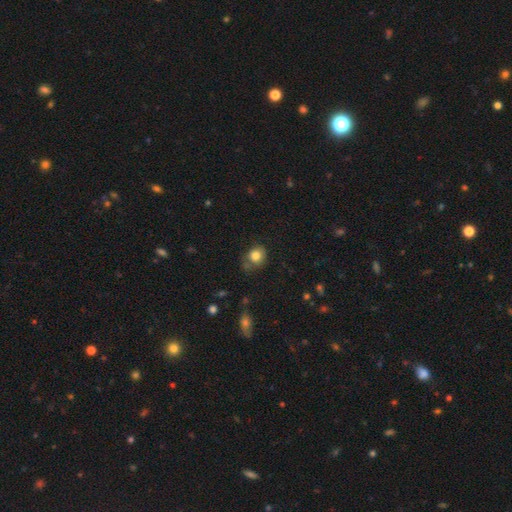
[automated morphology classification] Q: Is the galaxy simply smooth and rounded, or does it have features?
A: smooth — 82%.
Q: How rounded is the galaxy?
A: round — 69%.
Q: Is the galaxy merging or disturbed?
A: none — 63%.